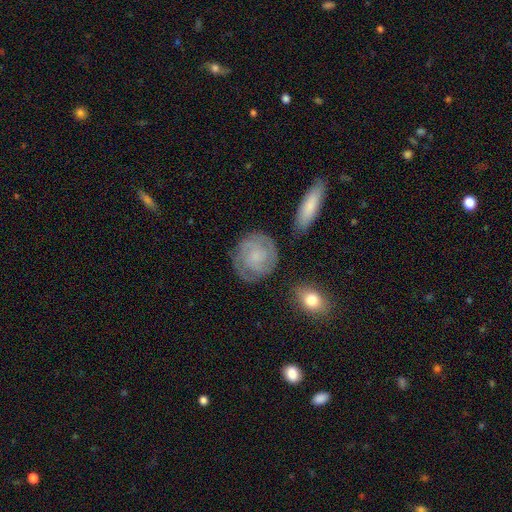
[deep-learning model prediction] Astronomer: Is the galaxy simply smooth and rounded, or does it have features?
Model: featured or disk — 61%.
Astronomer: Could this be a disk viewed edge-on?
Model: no — 97%.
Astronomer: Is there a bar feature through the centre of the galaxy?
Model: no — 71%.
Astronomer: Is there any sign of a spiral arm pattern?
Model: yes — 90%.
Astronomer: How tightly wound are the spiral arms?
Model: tight — 65%.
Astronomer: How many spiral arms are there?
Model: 2 — 37% (runner-up: can't tell, 30%).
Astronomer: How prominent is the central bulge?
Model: small — 49% (runner-up: none, 26%).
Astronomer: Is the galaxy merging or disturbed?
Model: none — 80%.